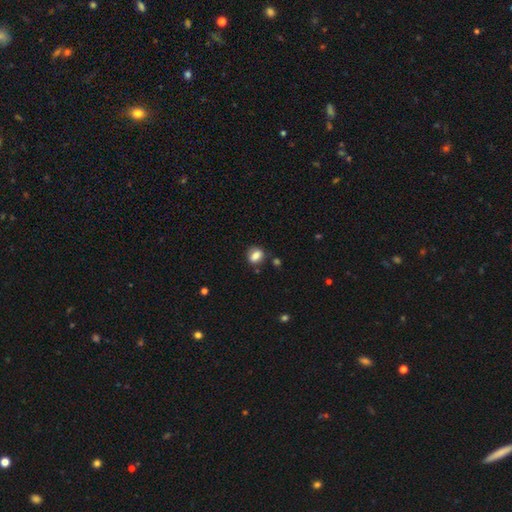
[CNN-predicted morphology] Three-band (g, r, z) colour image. It shows a smooth galaxy with no disk features (82%) that is in between round and cigar-shaped (60%). Merging: none (74%).